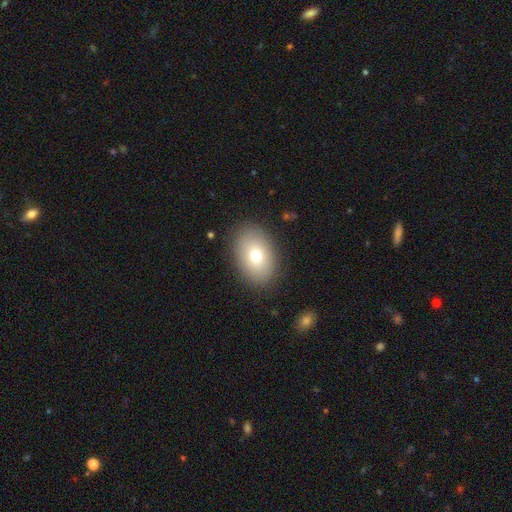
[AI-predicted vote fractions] smooth 76%, featured or disk 15%, star or artifact 9%. Down the decision tree: how rounded — in between (84%); merging — none (87%).